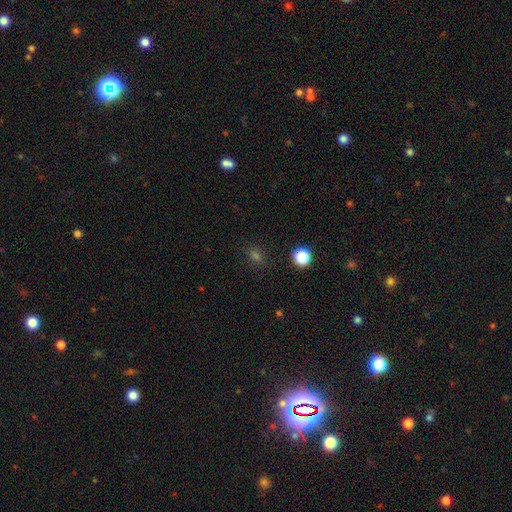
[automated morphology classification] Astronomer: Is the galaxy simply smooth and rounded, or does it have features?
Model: smooth — 67%.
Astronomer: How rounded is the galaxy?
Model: in between — 54% (runner-up: round, 43%).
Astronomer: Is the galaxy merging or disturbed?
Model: none — 85%.